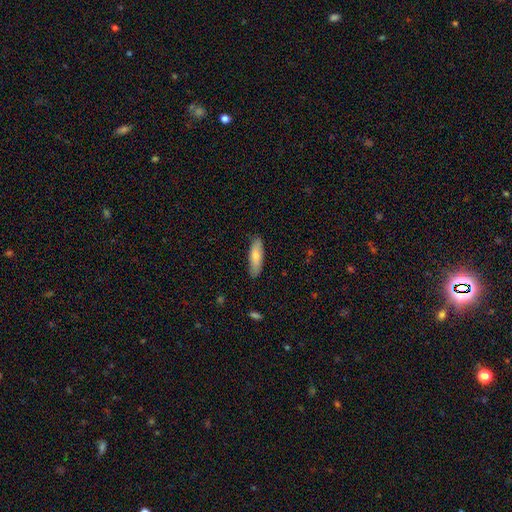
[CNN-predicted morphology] Smooth or featured?
  - smooth: 76% *
  - featured or disk: 19%
  - star or artifact: 6%
How rounded?
  - cigar-shaped: 51% *
  - in between: 48%
  - round: 2%
Merging?
  - none: 84% *
  - minor disturbance: 13%
  - major disturbance: 2%
  - merger: 1%